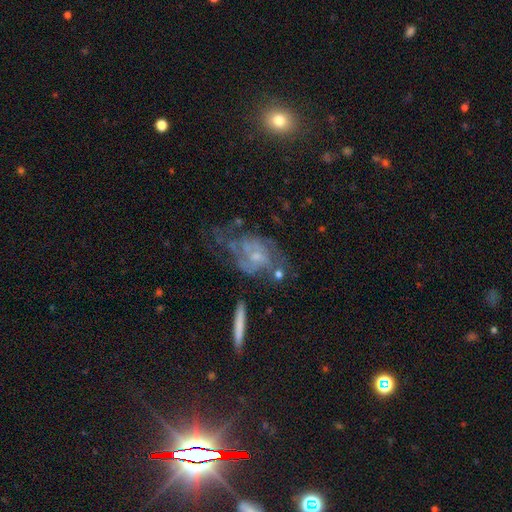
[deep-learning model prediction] A featured or disk galaxy (75%) with no bar (66%), 2 (42%) tight (41%, tied with medium) spiral arms (83%) and a small central bulge (60%).

Vote fractions:
- Smooth or featured? featured or disk: 75% / smooth: 14% / star or artifact: 11%
- Edge-on disk? no: 93% / yes: 7%
- Bar? no: 66% / weak: 27% / strong: 7%
- Spiral arms? yes: 83% / no: 17%
- Spiral winding? tight: 41% (tied) / medium: 41% (tied) / loose: 18%
- Spiral arm count? 2: 42% / can't tell: 36% / 3: 10% / 1: 6% / 4: 4% / more than 4: 3%
- Bulge size? small: 60% / moderate: 30% / none: 6% / large: 2% / dominant: 1%
- Merging? none: 40% / major disturbance: 28% / minor disturbance: 23% / merger: 9%